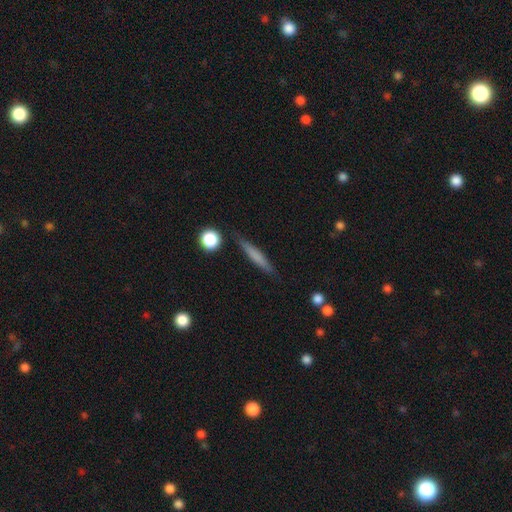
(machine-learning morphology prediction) Q: Smooth or featured?
A: smooth (67%); runner-up: featured or disk (27%)
Q: How rounded?
A: cigar-shaped (91%); runner-up: in between (6%)
Q: Merging?
A: none (85%); runner-up: minor disturbance (11%)